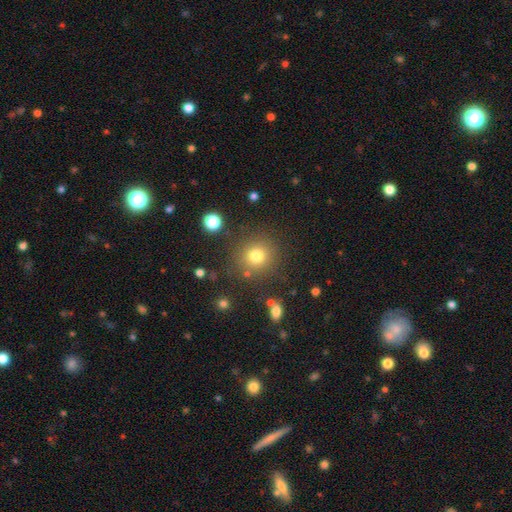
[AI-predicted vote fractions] smooth_or_featured: smooth (p=0.77) [alt: star or artifact p=0.15]
how_rounded: round (p=0.91) [alt: in between p=0.08]
merging: none (p=0.84) [alt: minor disturbance p=0.08]